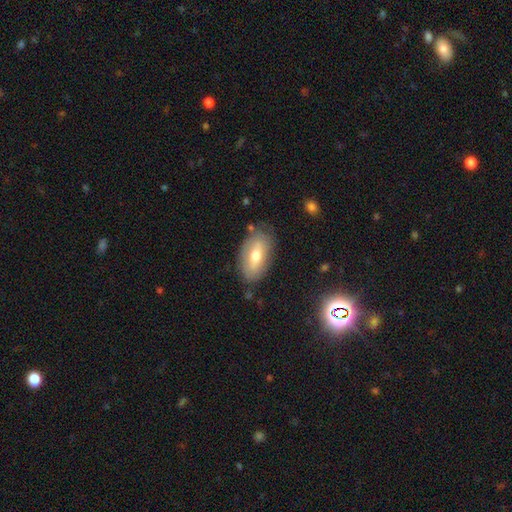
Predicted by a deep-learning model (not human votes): A smooth galaxy with no disk features (60%) that is in between round and cigar-shaped (91%). Merging: none (77%).